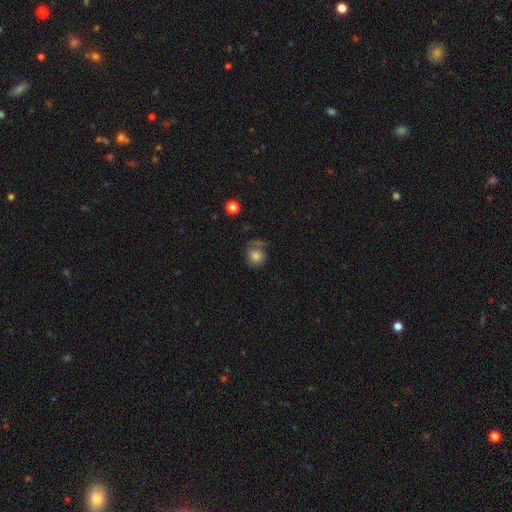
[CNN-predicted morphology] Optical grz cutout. It shows a smooth galaxy with no disk features (78%) that is round (83%). Merging: none (54%).